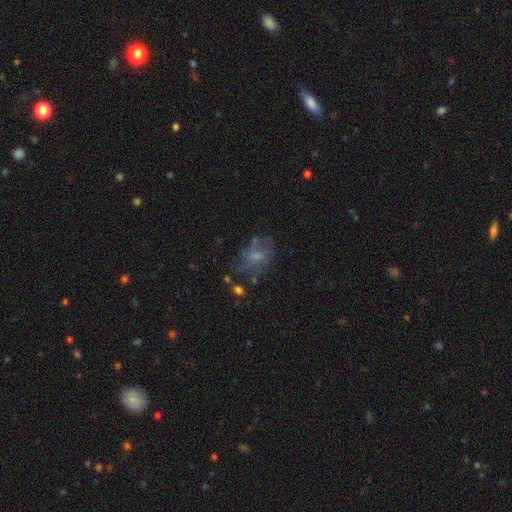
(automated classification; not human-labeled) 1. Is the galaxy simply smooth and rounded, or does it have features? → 54% smooth, 32% featured or disk, 14% star or artifact.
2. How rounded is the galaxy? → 74% in between, 24% round, 2% cigar-shaped.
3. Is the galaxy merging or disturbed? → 47% none, 25% minor disturbance, 21% major disturbance, 7% merger.